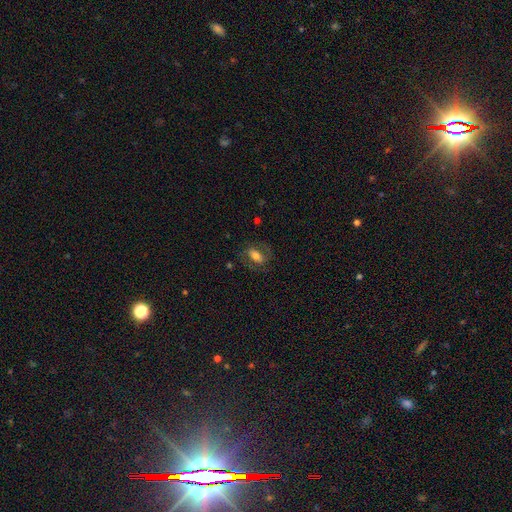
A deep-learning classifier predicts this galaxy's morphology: Smooth or featured?
  - smooth: 56% *
  - featured or disk: 35%
  - star or artifact: 9%
How rounded?
  - in between: 84% *
  - round: 10%
  - cigar-shaped: 5%
Merging?
  - none: 69% *
  - minor disturbance: 16%
  - major disturbance: 13%
  - merger: 1%